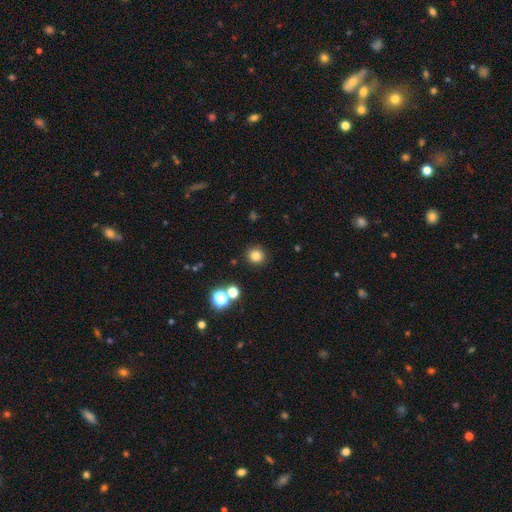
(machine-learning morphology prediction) smooth 80%, star or artifact 15%, featured or disk 5%. Down the decision tree: how rounded — round (92%); merging — none (89%).